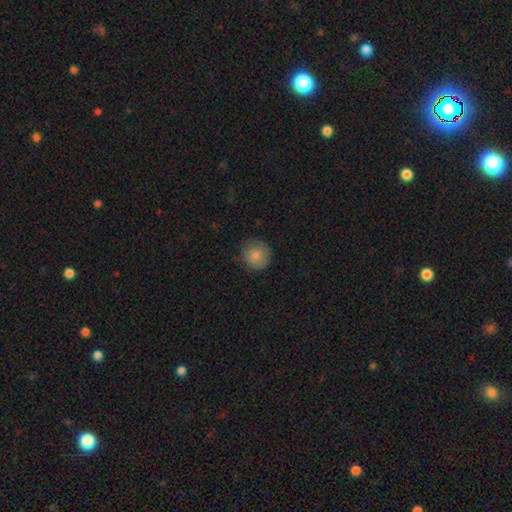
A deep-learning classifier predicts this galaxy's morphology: Smooth or featured: smooth — 84% (star or artifact — 9%)
How rounded: round — 91% (in between — 8%)
Merging: none — 81% (minor disturbance — 15%)